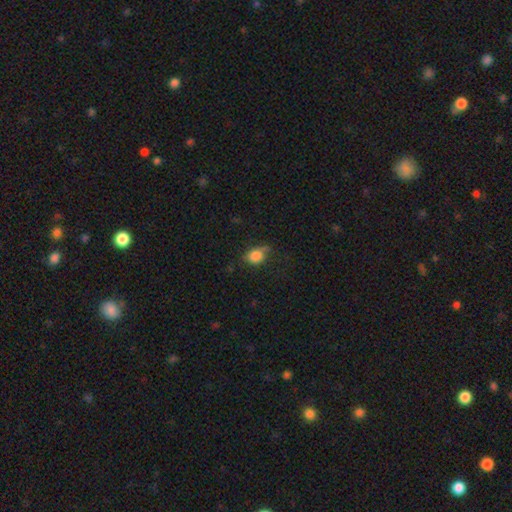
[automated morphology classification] smooth_or_featured: smooth (p=0.82) [alt: star or artifact p=0.10]
how_rounded: in between (p=0.58) [alt: round p=0.40]
merging: none (p=0.50) [alt: minor disturbance p=0.33]